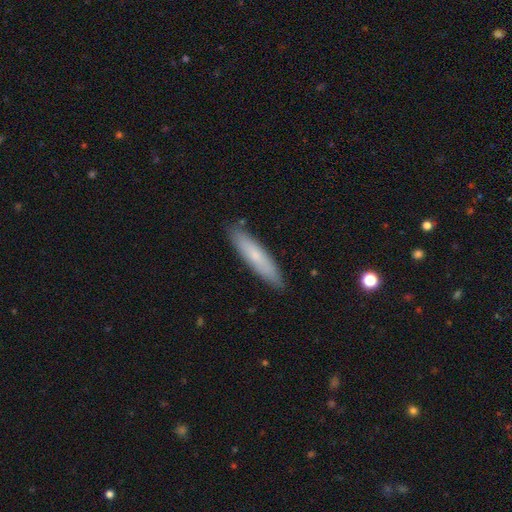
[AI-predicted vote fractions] Smooth or featured?
  - smooth: 66% *
  - featured or disk: 28%
  - star or artifact: 6%
How rounded?
  - cigar-shaped: 84% *
  - in between: 15%
  - round: 1%
Merging?
  - none: 88% *
  - minor disturbance: 9%
  - major disturbance: 2%
  - merger: 1%